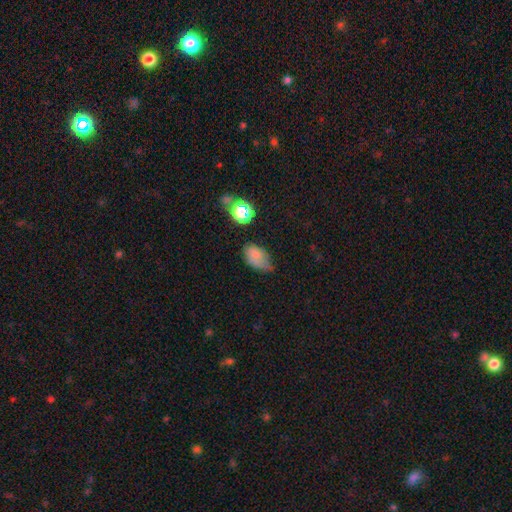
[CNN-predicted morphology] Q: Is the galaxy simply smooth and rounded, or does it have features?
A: smooth — 73%.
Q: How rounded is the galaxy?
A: in between — 86%.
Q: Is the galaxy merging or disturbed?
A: minor disturbance — 44%.